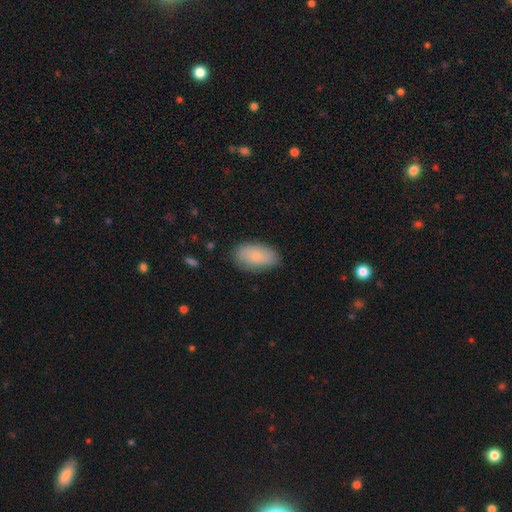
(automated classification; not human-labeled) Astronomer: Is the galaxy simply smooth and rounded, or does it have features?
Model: smooth — 84%.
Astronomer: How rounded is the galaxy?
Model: in between — 94%.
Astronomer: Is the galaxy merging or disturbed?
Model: none — 83%.